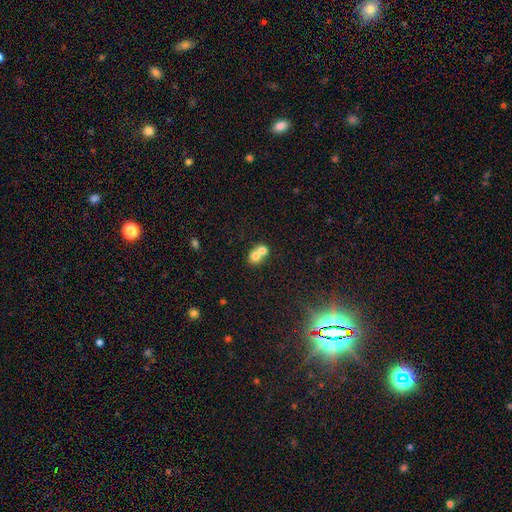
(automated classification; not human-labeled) Smooth or featured?
  - smooth: 73% *
  - featured or disk: 17%
  - star or artifact: 10%
How rounded?
  - round: 72% *
  - in between: 27%
  - cigar-shaped: 1%
Merging?
  - merger: 67% *
  - none: 26%
  - minor disturbance: 5%
  - major disturbance: 2%